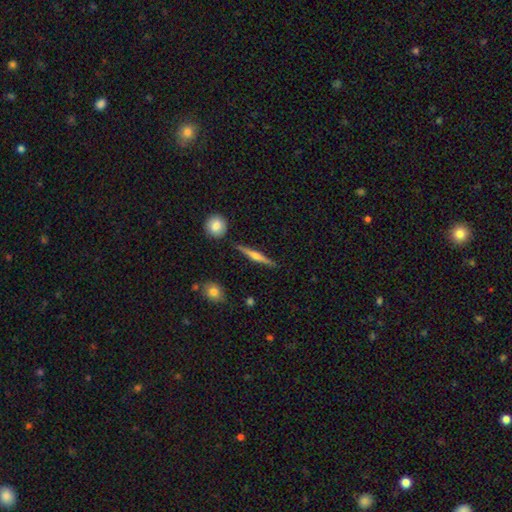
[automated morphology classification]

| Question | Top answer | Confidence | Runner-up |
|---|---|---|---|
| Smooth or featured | featured or disk | 63% | smooth (31%) |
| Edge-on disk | yes | 97% | no (3%) |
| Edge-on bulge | rounded | 84% | none (9%) |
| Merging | none | 88% | minor disturbance (7%) |